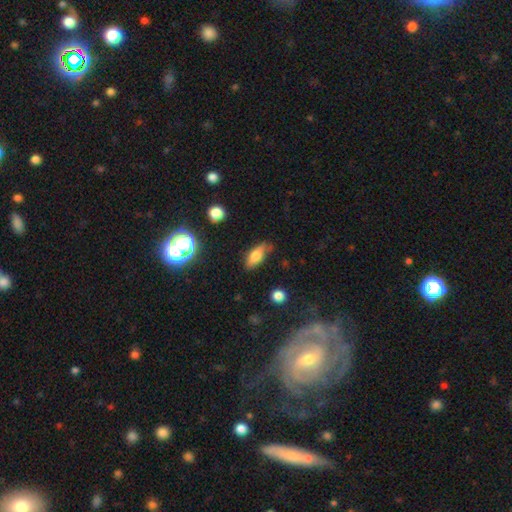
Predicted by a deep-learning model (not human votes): Smooth or featured? smooth (66%)
How rounded? in between (79%)
Merging? none (67%)